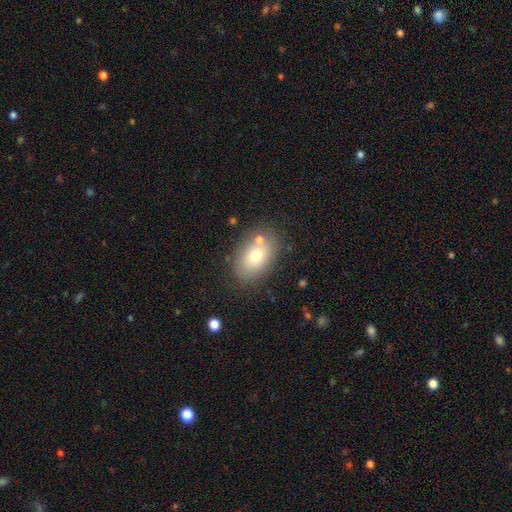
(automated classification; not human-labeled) smooth-or-featured: smooth: 72% | featured or disk: 18% | star or artifact: 10%
  how-rounded: in between: 84% | round: 14% | cigar-shaped: 1%
  merging: none: 72% | minor disturbance: 14% | merger: 10% | major disturbance: 4%